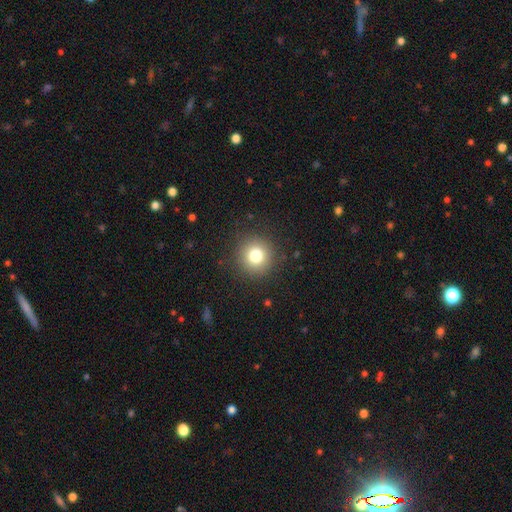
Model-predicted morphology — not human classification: A smooth galaxy with no disk features (79%) that is round (94%).

Vote fractions:
- Smooth or featured? smooth: 79% / star or artifact: 13% / featured or disk: 9%
- How rounded? round: 94% / in between: 5% / cigar-shaped: 1%
- Merging? none: 90% / minor disturbance: 6% / major disturbance: 3% / merger: 1%